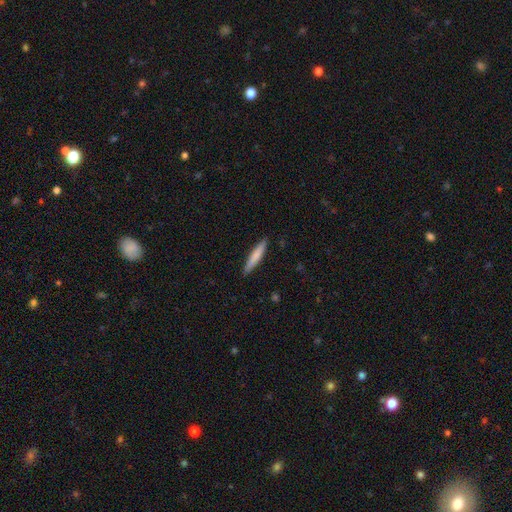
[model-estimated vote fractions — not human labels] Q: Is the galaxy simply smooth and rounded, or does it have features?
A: smooth — 74%.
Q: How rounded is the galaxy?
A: cigar-shaped — 93%.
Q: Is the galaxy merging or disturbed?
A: none — 89%.